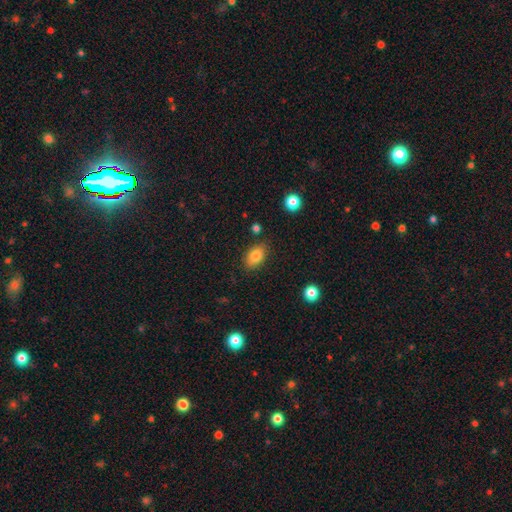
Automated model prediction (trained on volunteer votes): smooth 83%, star or artifact 9%, featured or disk 8%. Down the decision tree: how rounded — in between (86%); merging — none (81%).